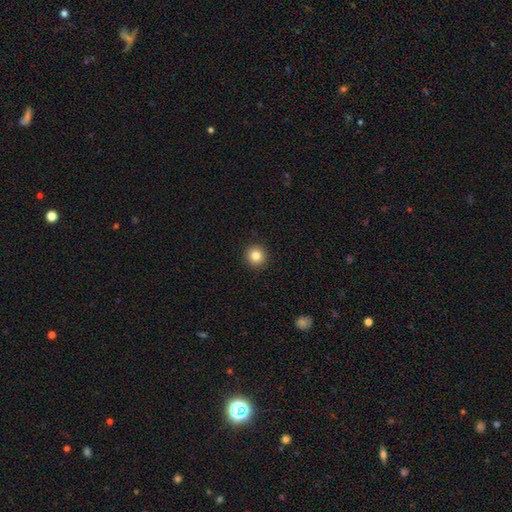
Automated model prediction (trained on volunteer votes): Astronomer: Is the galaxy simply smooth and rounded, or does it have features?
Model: smooth — 84%.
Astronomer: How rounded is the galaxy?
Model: round — 94%.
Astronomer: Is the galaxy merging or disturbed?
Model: none — 93%.